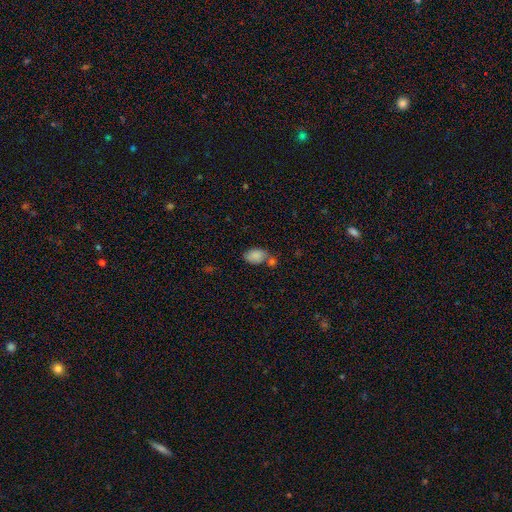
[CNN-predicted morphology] smooth_or_featured: smooth (p=0.85) [alt: star or artifact p=0.08]
how_rounded: in between (p=0.89) [alt: round p=0.10]
merging: none (p=0.48) [alt: merger p=0.29]